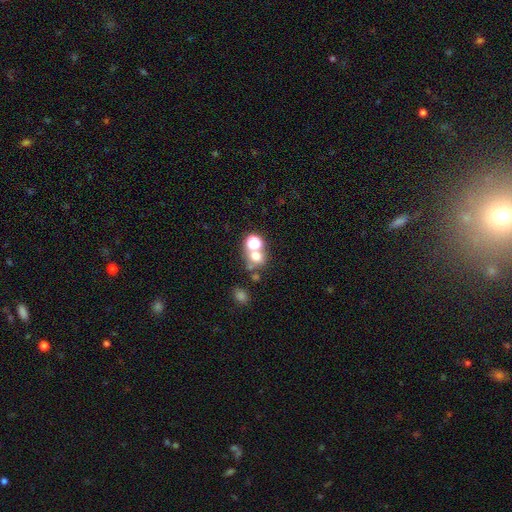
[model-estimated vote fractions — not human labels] A smooth galaxy with no disk features (63%) that is round (74%). Merging: none (47%).